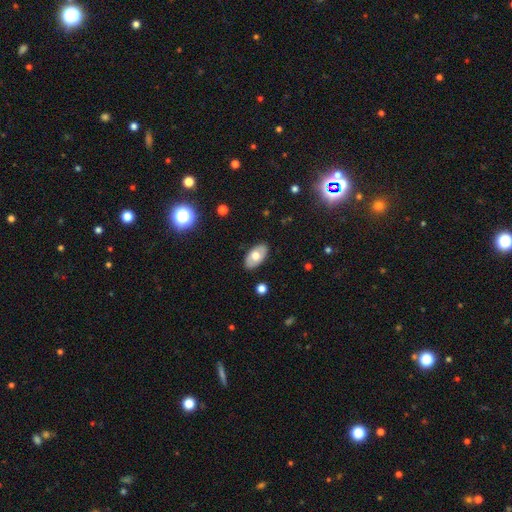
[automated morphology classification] Overall: smooth (61%; featured or disk 32%). How rounded: in between (94%). Merging: none (87%).